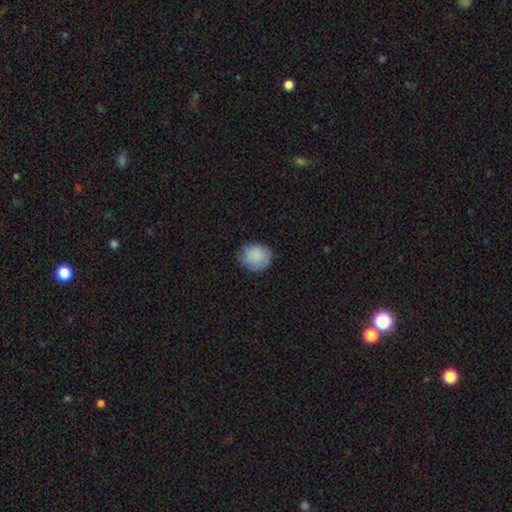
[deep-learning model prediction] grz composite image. It shows a smooth galaxy with no disk features (86%) that is round (69%). Merging: none (75%).